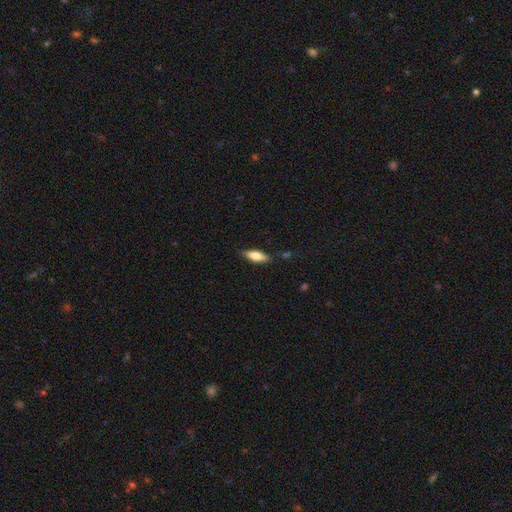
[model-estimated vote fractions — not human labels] Morphology: type=smooth (68%); roundness=in between (61%); merging=none (82%).